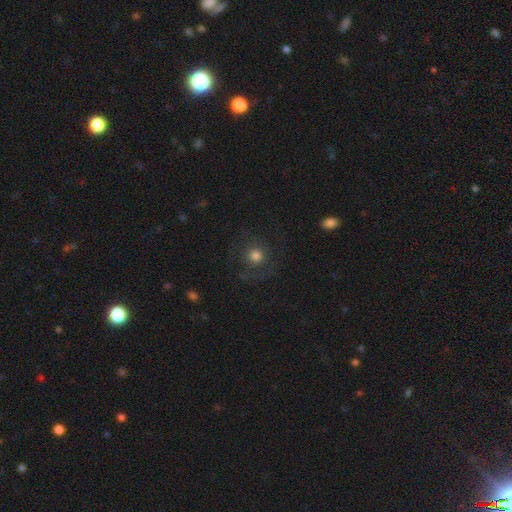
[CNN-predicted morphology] type=smooth (68%); roundness=round (93%); merging=none (75%).